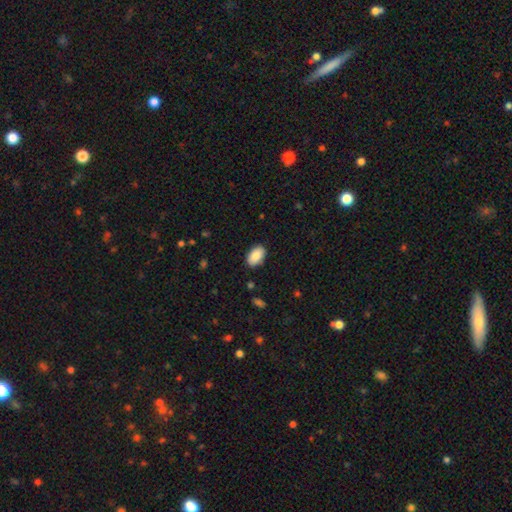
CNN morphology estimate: smooth 88%, star or artifact 7%, featured or disk 5%. Down the decision tree: how rounded — in between (93%); merging — none (87%).